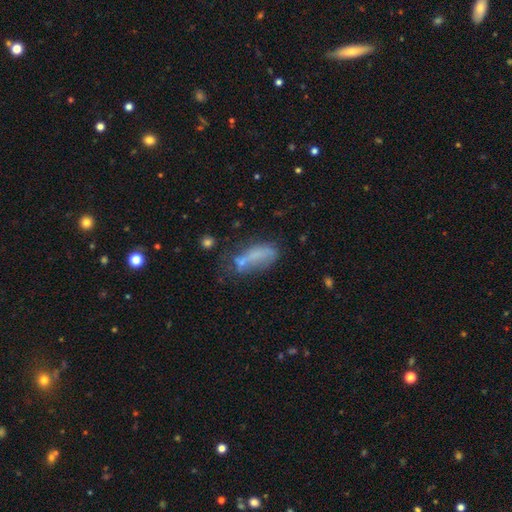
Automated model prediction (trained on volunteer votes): A smooth galaxy with no disk features (59%) that is in between round and cigar-shaped (66%).

Vote fractions:
- Smooth or featured? smooth: 59% / featured or disk: 28% / star or artifact: 13%
- How rounded? in between: 66% / cigar-shaped: 30% / round: 4%
- Merging? none: 34% / minor disturbance: 25% / major disturbance: 23% / merger: 18%